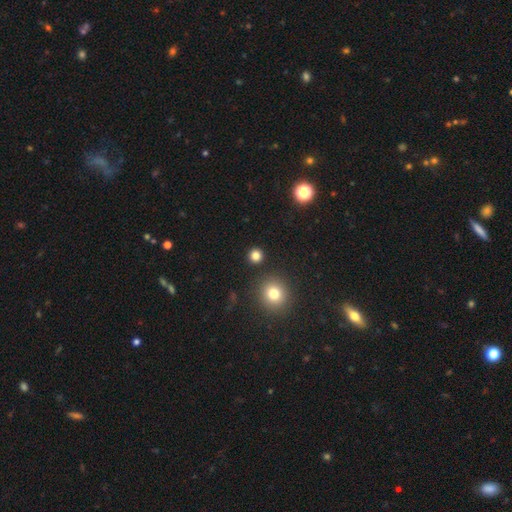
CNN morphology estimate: A smooth galaxy with no disk features (81%) that is round (93%).

Vote fractions:
- Smooth or featured? smooth: 81% / star or artifact: 15% / featured or disk: 4%
- How rounded? round: 93% / in between: 6% / cigar-shaped: 1%
- Merging? none: 90% / minor disturbance: 5% / merger: 3% / major disturbance: 2%